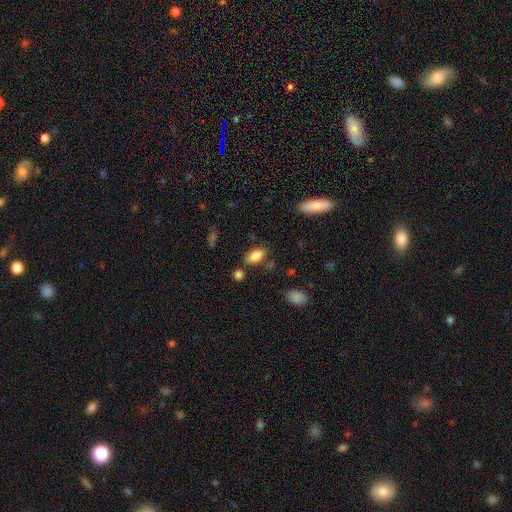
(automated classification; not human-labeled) Smooth or featured? Predicted: smooth (p=0.84). How rounded? Predicted: in between (p=0.91). Merging? Predicted: none (p=0.77).